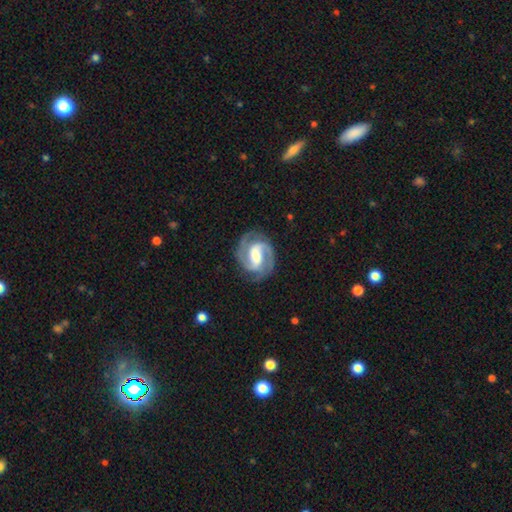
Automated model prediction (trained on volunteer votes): smooth_or_featured: featured or disk (p=0.90) [alt: smooth p=0.06]
disk_edge_on: no (p=0.98) [alt: yes p=0.02]
bar: strong (p=0.46) [alt: weak p=0.39]
has_spiral_arms: yes (p=0.98) [alt: no p=0.02]
spiral_winding: medium (p=0.50) [alt: tight p=0.41]
spiral_arm_count: 2 (p=0.90) [alt: 3 p=0.04]
bulge_size: moderate (p=0.48) [alt: small p=0.22]
merging: none (p=0.82) [alt: minor disturbance p=0.12]